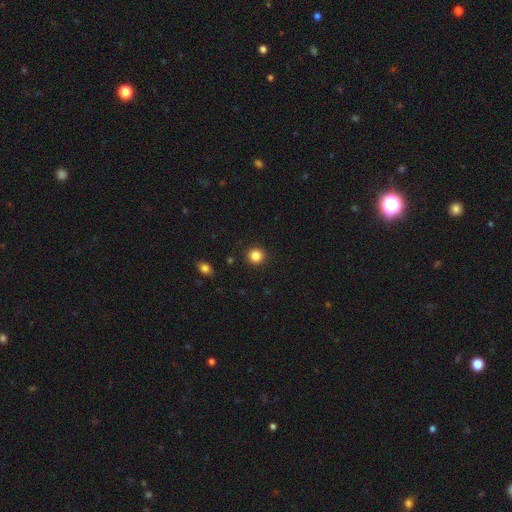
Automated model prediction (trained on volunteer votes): Overall: smooth (85%). How rounded: round (93%). Merging: none (92%).